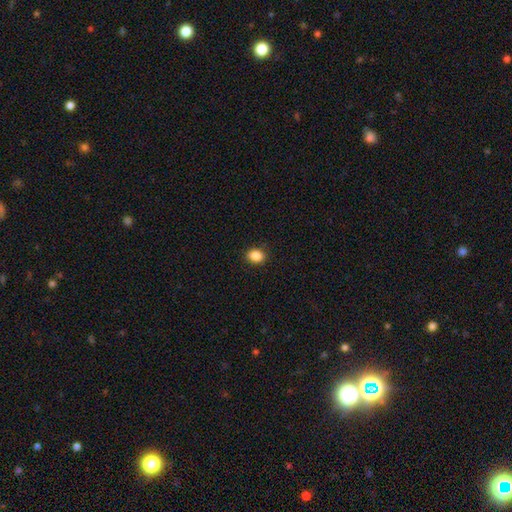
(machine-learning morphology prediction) Overall: smooth (87%). How rounded: in between (50%; round 49%). Merging: none (89%).